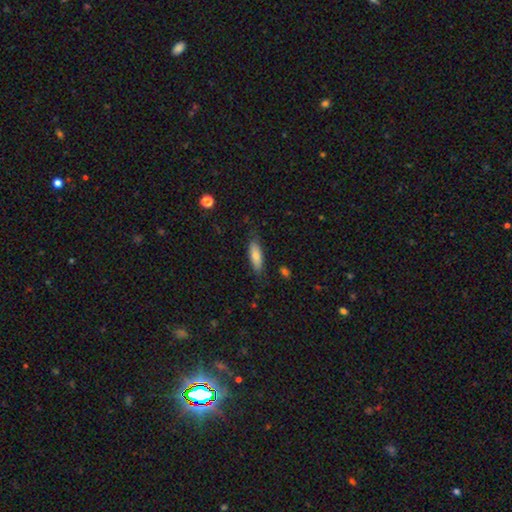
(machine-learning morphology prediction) This is likely a smooth galaxy (73%). How rounded: possibly in between (55%). Merging: likely none (80%).